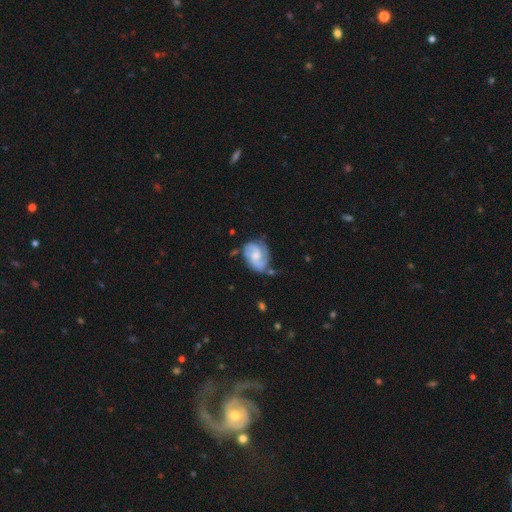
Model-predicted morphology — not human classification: smooth-or-featured: featured or disk: 80% | smooth: 14% | star or artifact: 6%
  disk-edge-on: no: 98% | yes: 2%
    bar: no: 55% | weak: 39% | strong: 6%
    has-spiral-arms: yes: 95% | no: 5%
      spiral-winding: medium: 47% | tight: 36% | loose: 16%
      spiral-arm-count: 2: 67% | 3: 14% | can't tell: 11% | 1: 3% | 4: 2% | more than 4: 2%
    bulge-size: moderate: 48% | small: 35% | none: 10% | large: 6% | dominant: 1%
  merging: none: 54% | minor disturbance: 28% | major disturbance: 12% | merger: 6%